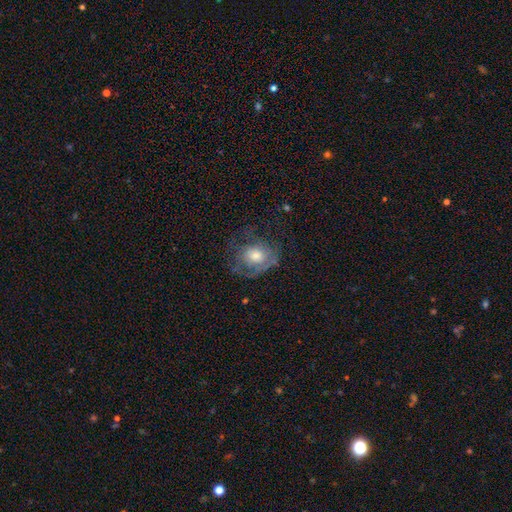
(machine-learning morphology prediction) This is possibly a featured or disk galaxy (50%). Merging: possibly none (48%).